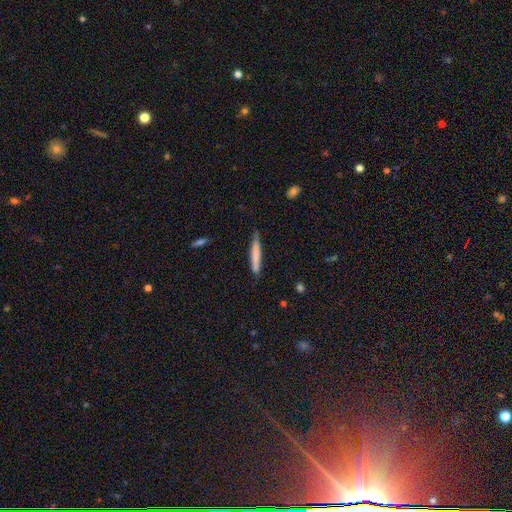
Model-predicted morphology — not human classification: smooth-or-featured: smooth: 72% | featured or disk: 23% | star or artifact: 6%
  how-rounded: cigar-shaped: 94% | in between: 4% | round: 1%
  merging: none: 77% | minor disturbance: 18% | major disturbance: 3% | merger: 2%